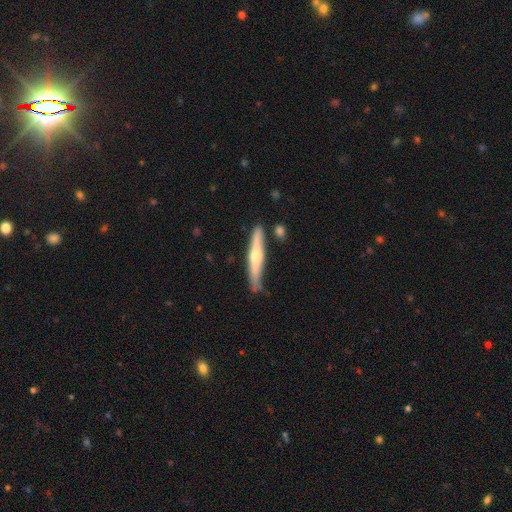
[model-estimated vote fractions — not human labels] A featured or disk galaxy (56%) viewed edge-on (94%) with a rounded central bulge (85%).

Vote fractions:
- Smooth or featured? featured or disk: 56% / smooth: 39% / star or artifact: 5%
- Edge-on disk? yes: 94% / no: 6%
- Edge-on bulge? rounded: 85% / none: 11% / boxy: 4%
- Merging? none: 77% / minor disturbance: 15% / merger: 4% / major disturbance: 3%